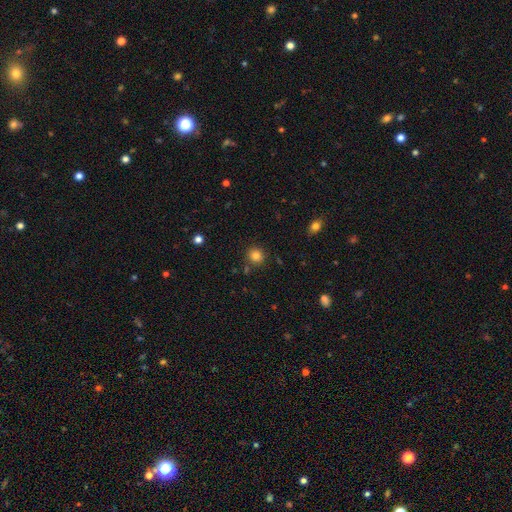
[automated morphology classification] Smooth or featured: smooth — 82% (star or artifact — 12%)
How rounded: round — 90% (in between — 9%)
Merging: none — 85% (minor disturbance — 8%)